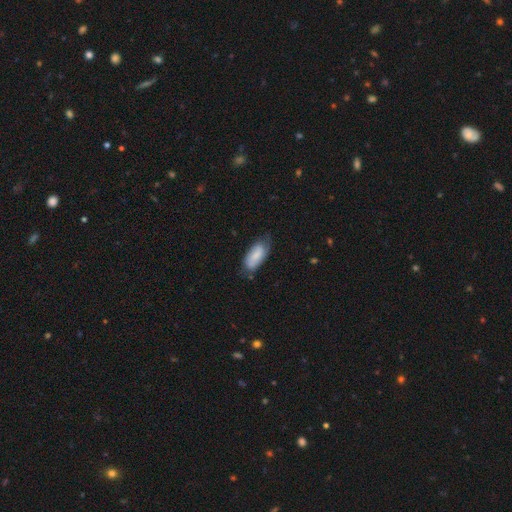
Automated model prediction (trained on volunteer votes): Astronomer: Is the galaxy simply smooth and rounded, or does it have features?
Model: smooth — 67%.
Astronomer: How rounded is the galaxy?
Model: in between — 89%.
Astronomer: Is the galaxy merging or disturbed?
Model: none — 59%.